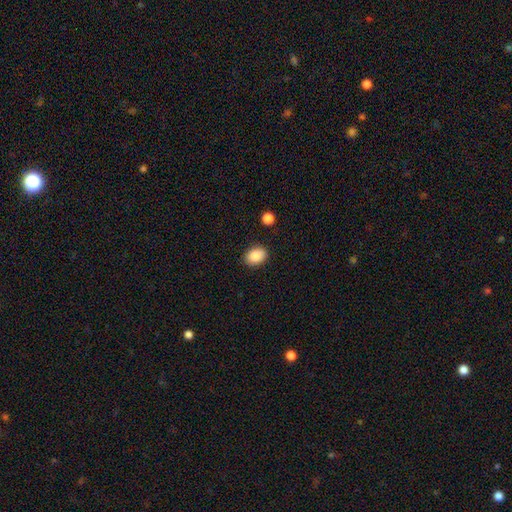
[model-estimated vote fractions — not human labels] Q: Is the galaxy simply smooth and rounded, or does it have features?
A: smooth — 88%.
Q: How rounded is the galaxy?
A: in between — 73%.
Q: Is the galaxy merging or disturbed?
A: none — 87%.